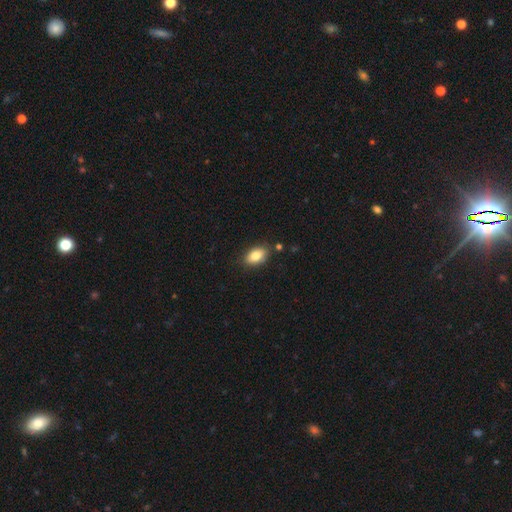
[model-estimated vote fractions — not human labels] Smooth or featured? Predicted: smooth (p=0.83). How rounded? Predicted: in between (p=0.88). Merging? Predicted: none (p=0.81).